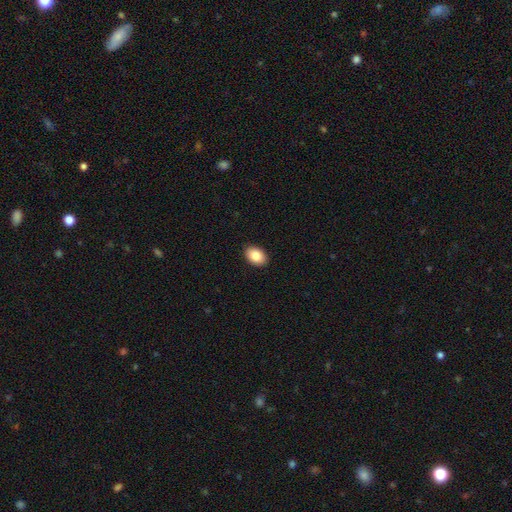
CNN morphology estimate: smooth 85%, star or artifact 7%, featured or disk 7%. Down the decision tree: how rounded — in between (85%); merging — none (91%).